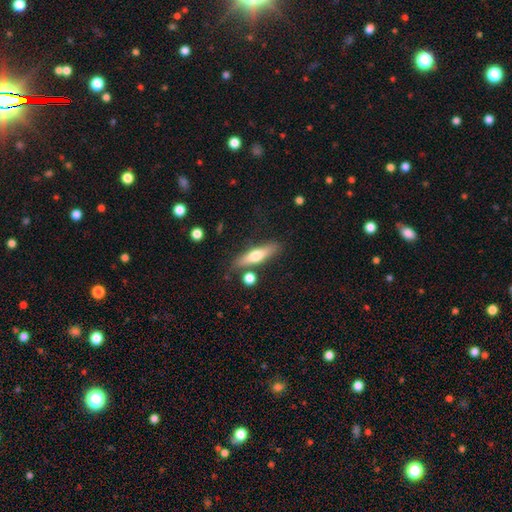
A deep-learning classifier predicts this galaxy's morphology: This appears to be a smooth galaxy with no disk features (52%) that is cigar-shaped (75%). Merging: none (78%).